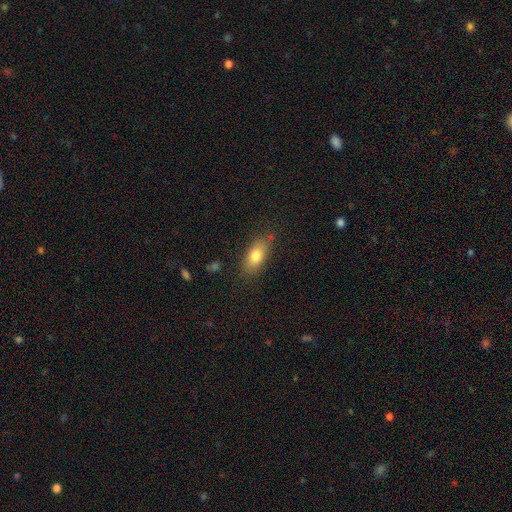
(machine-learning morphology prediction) smooth-or-featured: smooth: 79% | featured or disk: 13% | star or artifact: 8%
  how-rounded: in between: 83% | cigar-shaped: 12% | round: 5%
  merging: none: 79% | minor disturbance: 15% | major disturbance: 4% | merger: 2%